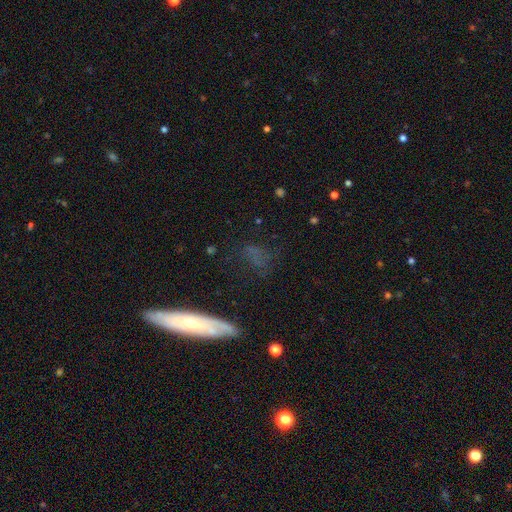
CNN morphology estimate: smooth 44%, featured or disk 40%, star or artifact 16%. Down the decision tree: merging — none (62%).